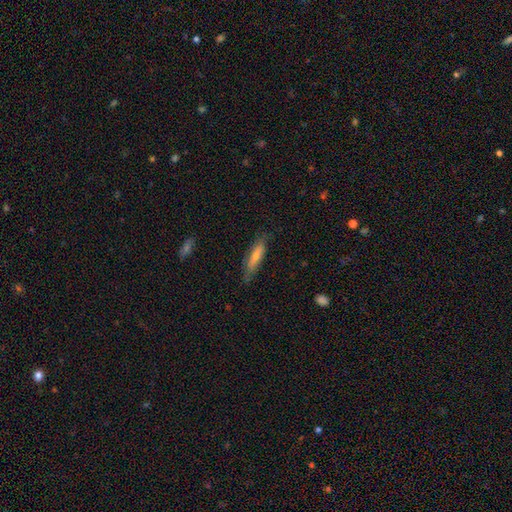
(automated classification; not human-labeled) smooth 50%, featured or disk 42%, star or artifact 7%. Down the decision tree: how rounded — cigar-shaped (81%); merging — none (79%).